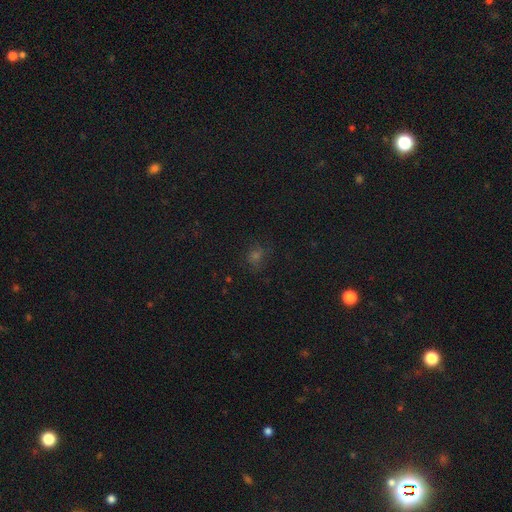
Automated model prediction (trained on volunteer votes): Smooth or featured? Predicted: smooth (p=0.51). How rounded? Predicted: round (p=0.74). Merging? Predicted: none (p=0.75).